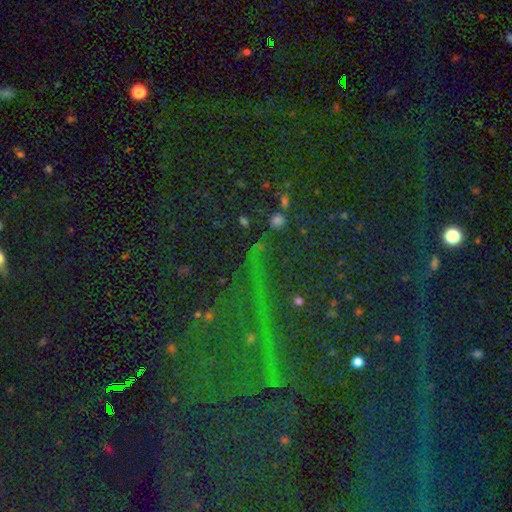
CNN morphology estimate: This appears to be a star or artifact, not a galaxy (61%).